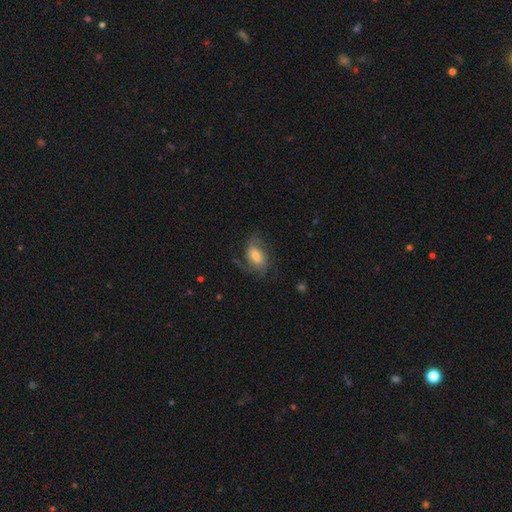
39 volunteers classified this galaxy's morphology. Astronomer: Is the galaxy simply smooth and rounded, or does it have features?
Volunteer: featured or disk — 62%.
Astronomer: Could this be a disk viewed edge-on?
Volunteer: no — 96%.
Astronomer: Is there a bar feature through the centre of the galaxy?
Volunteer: weak — 48% (runner-up: no, 39%).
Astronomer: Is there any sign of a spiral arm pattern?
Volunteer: yes — 87%.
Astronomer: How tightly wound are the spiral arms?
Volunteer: medium — 55%.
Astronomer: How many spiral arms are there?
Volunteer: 1 — 25%, tied with 2, 3 and can't tell at 25%.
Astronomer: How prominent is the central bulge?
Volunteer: moderate — 48% (runner-up: large, 35%).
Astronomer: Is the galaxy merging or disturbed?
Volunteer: none — 66%.